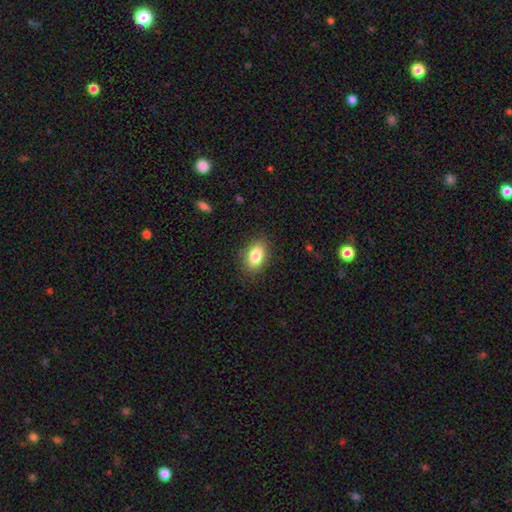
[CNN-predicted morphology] Q: Smooth or featured?
A: smooth (85%); runner-up: star or artifact (8%)
Q: How rounded?
A: in between (88%); runner-up: round (10%)
Q: Merging?
A: none (86%); runner-up: minor disturbance (10%)